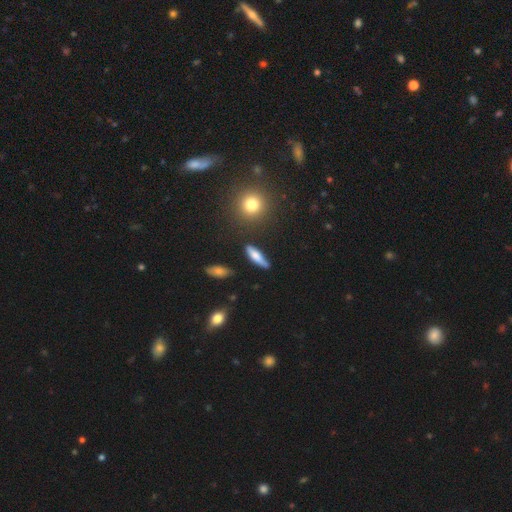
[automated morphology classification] A smooth galaxy with no disk features (66%) that is cigar-shaped (67%). Merging: none (72%).